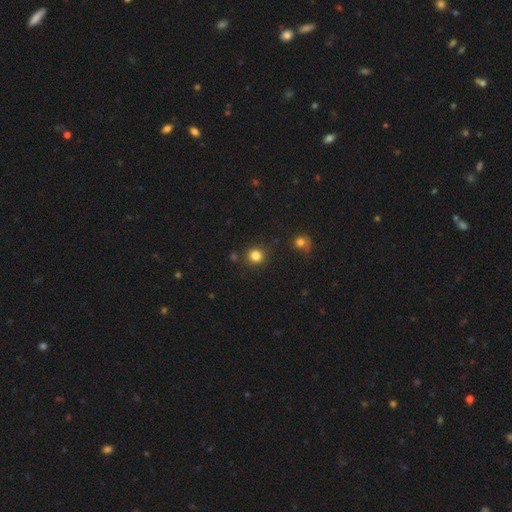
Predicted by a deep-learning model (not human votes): smooth-or-featured: smooth: 83% | star or artifact: 13% | featured or disk: 5%
  how-rounded: round: 91% | in between: 8% | cigar-shaped: 1%
  merging: none: 86% | minor disturbance: 8% | merger: 4% | major disturbance: 3%